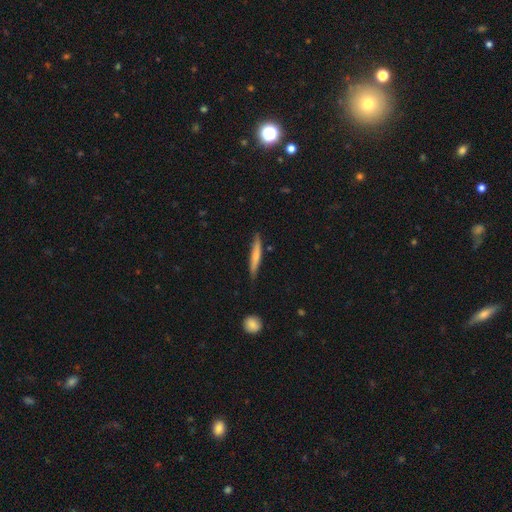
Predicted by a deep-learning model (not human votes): Smooth or featured? smooth (62%)
How rounded? cigar-shaped (93%)
Merging? none (82%)